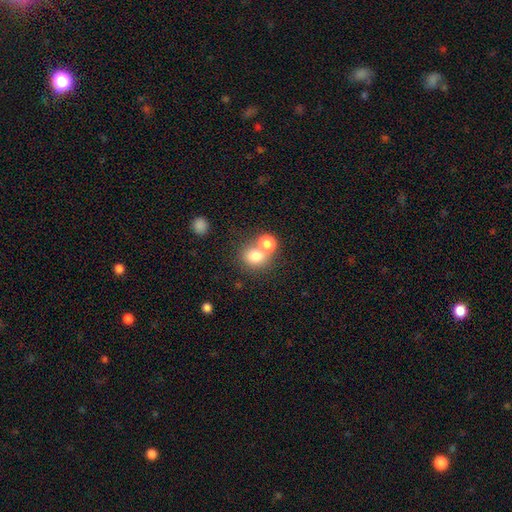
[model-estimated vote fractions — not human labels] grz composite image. It shows a smooth galaxy with no disk features (77%) that is round (76%). Merging: none (47%).